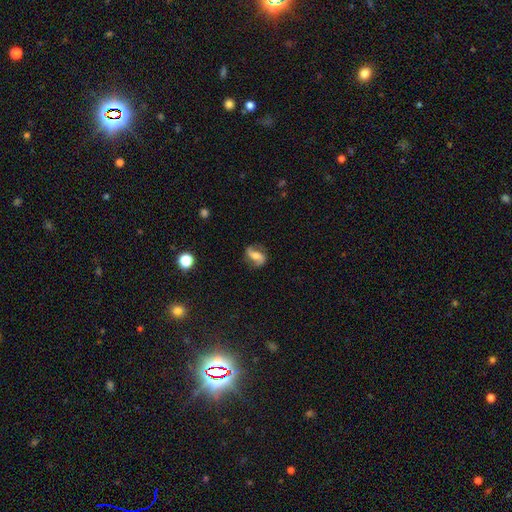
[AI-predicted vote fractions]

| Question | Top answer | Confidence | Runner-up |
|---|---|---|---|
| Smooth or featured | featured or disk | 72% | smooth (20%) |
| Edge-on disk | no | 96% | yes (4%) |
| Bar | strong | 36% | weak (35%) |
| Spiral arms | yes | 92% | no (8%) |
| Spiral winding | loose | 50% | medium (36%) |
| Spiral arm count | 2 | 91% | can't tell (3%) |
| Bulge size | moderate | 52% | small (28%) |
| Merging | none | 78% | minor disturbance (15%) |